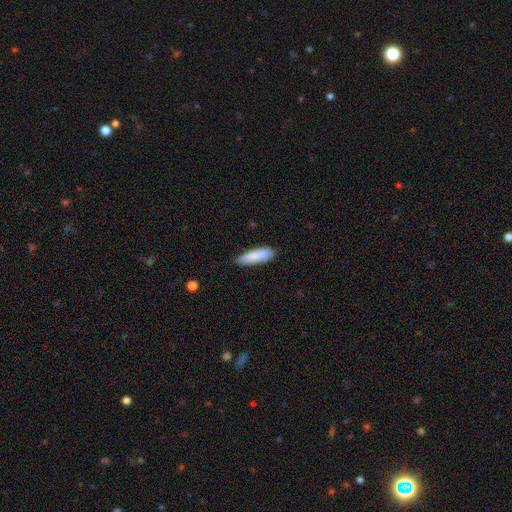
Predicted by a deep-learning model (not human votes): This appears to be a smooth galaxy with no disk features (87%) that is cigar-shaped (54%). Merging: none (79%).